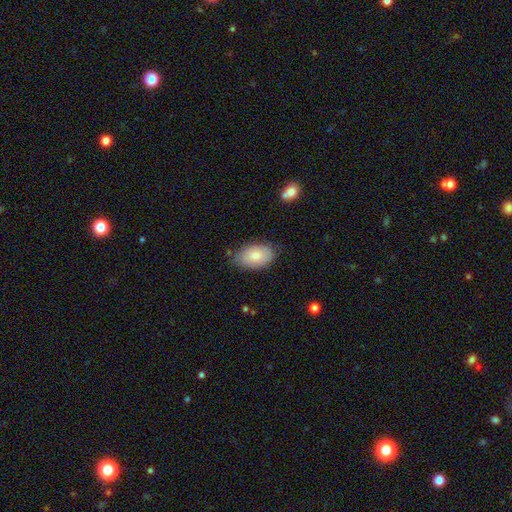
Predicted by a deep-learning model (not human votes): Morphology: type=smooth (78%); roundness=in between (92%); merging=none (74%).